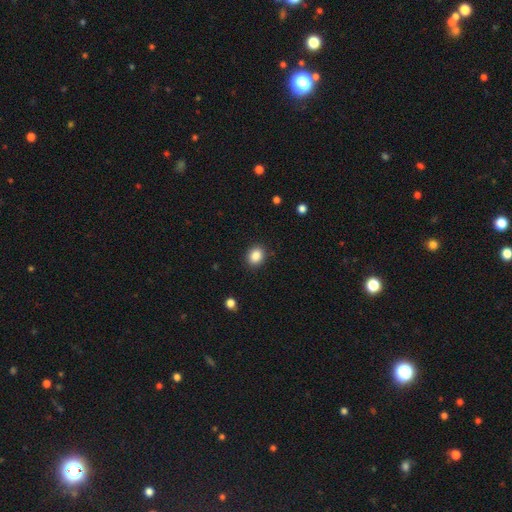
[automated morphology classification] Smooth or featured? Predicted: smooth (p=0.87). How rounded? Predicted: round (p=0.54). Merging? Predicted: none (p=0.89).